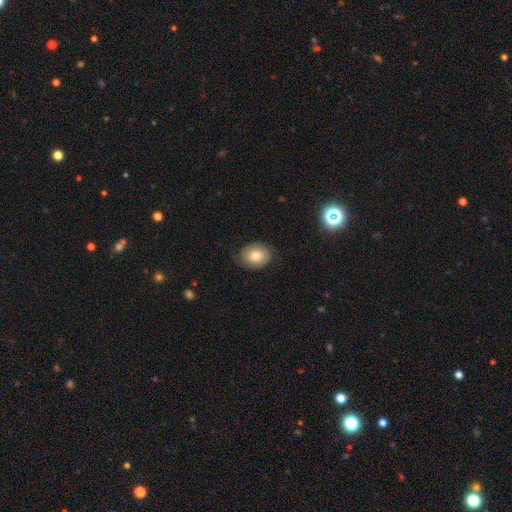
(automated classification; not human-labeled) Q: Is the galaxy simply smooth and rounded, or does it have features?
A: smooth — 66%.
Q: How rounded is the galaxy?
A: in between — 61%.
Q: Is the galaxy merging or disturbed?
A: none — 77%.